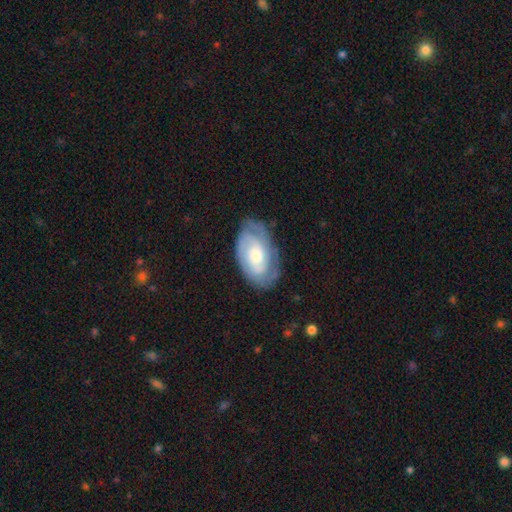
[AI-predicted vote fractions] Smooth or featured?
  - featured or disk: 75% *
  - smooth: 20%
  - star or artifact: 6%
Edge-on disk?
  - no: 96% *
  - yes: 4%
Bar?
  - no: 70% *
  - weak: 25%
  - strong: 5%
Spiral arms?
  - yes: 90% *
  - no: 10%
Spiral winding?
  - tight: 63% *
  - medium: 29%
  - loose: 8%
Spiral arm count?
  - 2: 39% *
  - can't tell: 34%
  - 3: 15%
  - 1: 5%
  - 4: 4%
  - more than 4: 3%
Bulge size?
  - moderate: 58% *
  - small: 27%
  - large: 12%
  - none: 2%
  - dominant: 1%
Merging?
  - none: 73% *
  - minor disturbance: 20%
  - major disturbance: 6%
  - merger: 1%